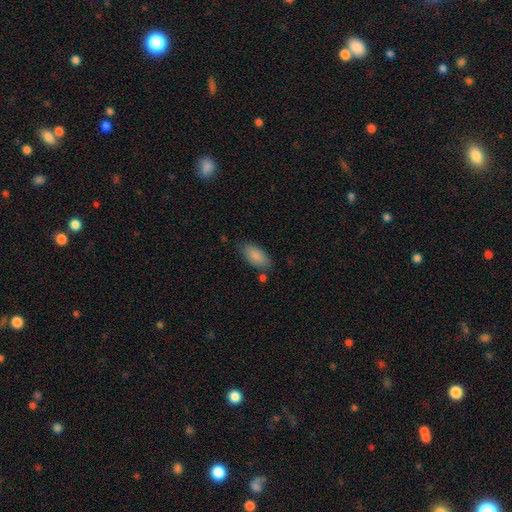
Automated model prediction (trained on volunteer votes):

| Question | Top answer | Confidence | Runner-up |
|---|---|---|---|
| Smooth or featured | smooth | 87% | star or artifact (6%) |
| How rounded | in between | 91% | cigar-shaped (6%) |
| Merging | none | 74% | minor disturbance (17%) |